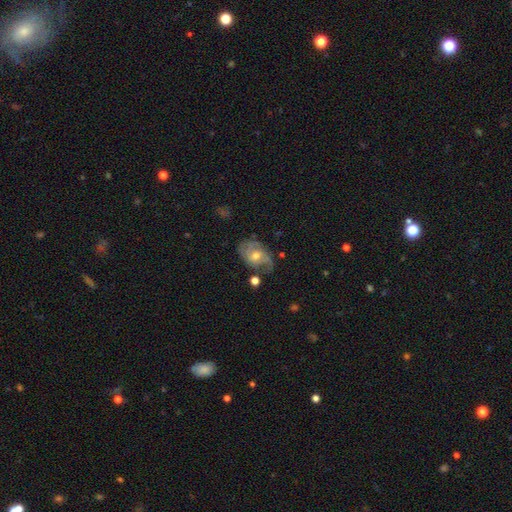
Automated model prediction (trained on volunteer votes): Smooth or featured? featured or disk (74%)
Edge-on disk? no (96%)
Bar? no (61%)
Spiral arms? yes (89%)
Spiral winding? medium (44%)
Spiral arm count? 2 (49%)
Bulge size? moderate (65%)
Merging? none (58%)